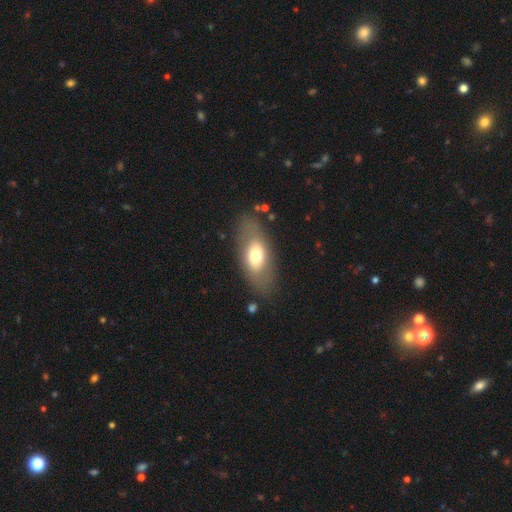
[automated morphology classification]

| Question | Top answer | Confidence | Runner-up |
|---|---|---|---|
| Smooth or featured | smooth | 62% | featured or disk (31%) |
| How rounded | in between | 86% | cigar-shaped (8%) |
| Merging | none | 79% | minor disturbance (13%) |